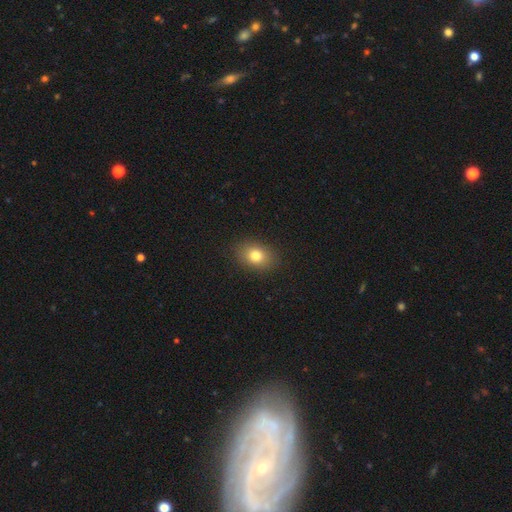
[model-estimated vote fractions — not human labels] Smooth or featured?
  - smooth: 79% *
  - star or artifact: 11%
  - featured or disk: 10%
How rounded?
  - in between: 66% *
  - round: 32%
  - cigar-shaped: 1%
Merging?
  - none: 88% *
  - minor disturbance: 8%
  - major disturbance: 3%
  - merger: 1%